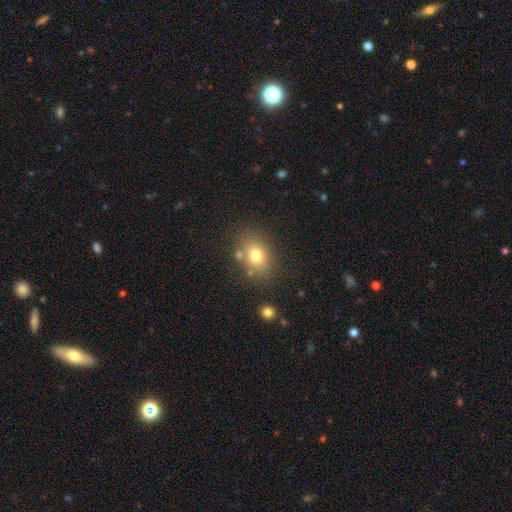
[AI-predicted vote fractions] This appears to be a smooth galaxy with no disk features (75%) that is in between round and cigar-shaped (61%). Merging: none (74%).